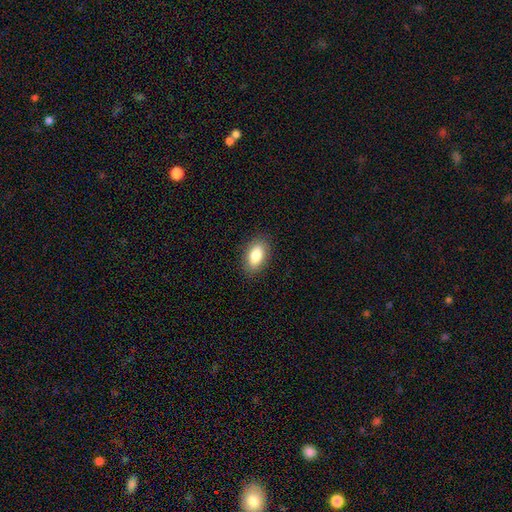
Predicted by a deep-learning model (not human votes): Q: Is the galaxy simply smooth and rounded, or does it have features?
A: smooth — 83%.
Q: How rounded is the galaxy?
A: in between — 91%.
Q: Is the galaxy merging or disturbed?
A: none — 87%.